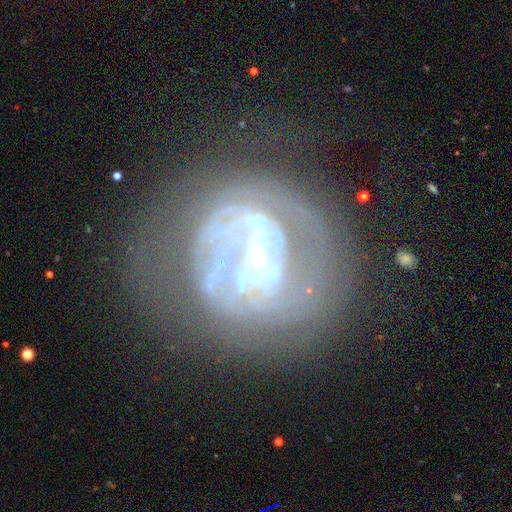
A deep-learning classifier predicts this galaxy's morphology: The model was most divided on "spiral arms": yes: 51%, no: 49%. Remaining: edge-on disk — no (96%); smooth or featured — featured or disk (72%); merging — none (48%); bulge size — none (41%); bar — no (39%).